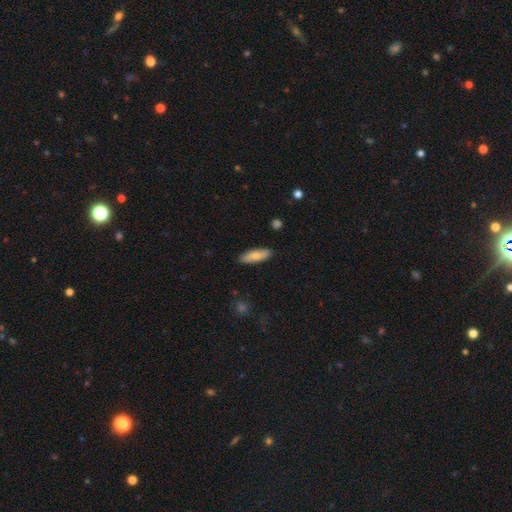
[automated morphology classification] Smooth or featured? Predicted: smooth (p=0.78). How rounded? Predicted: in between (p=0.57). Merging? Predicted: none (p=0.88).